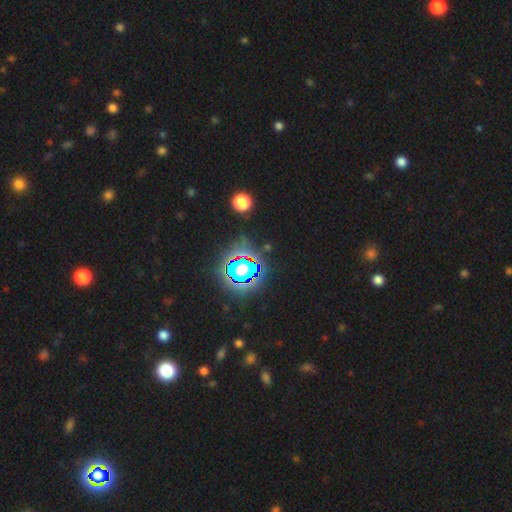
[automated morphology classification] A star or artifact, not a galaxy (79%).

Vote fractions:
- Smooth or featured? star or artifact: 79% / smooth: 14% / featured or disk: 7%